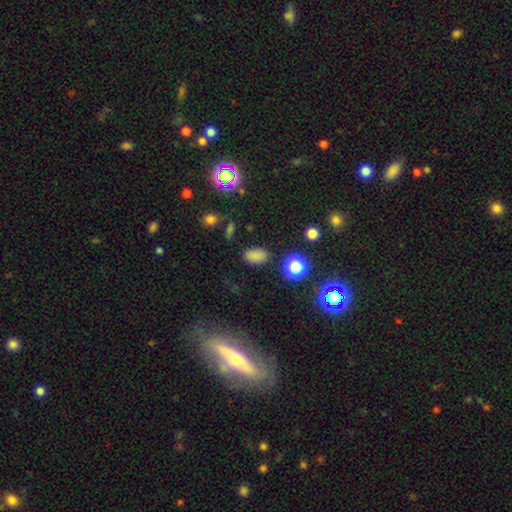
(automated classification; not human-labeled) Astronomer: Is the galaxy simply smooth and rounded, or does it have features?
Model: smooth — 79%.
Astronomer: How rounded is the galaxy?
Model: in between — 88%.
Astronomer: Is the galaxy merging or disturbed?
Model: none — 83%.